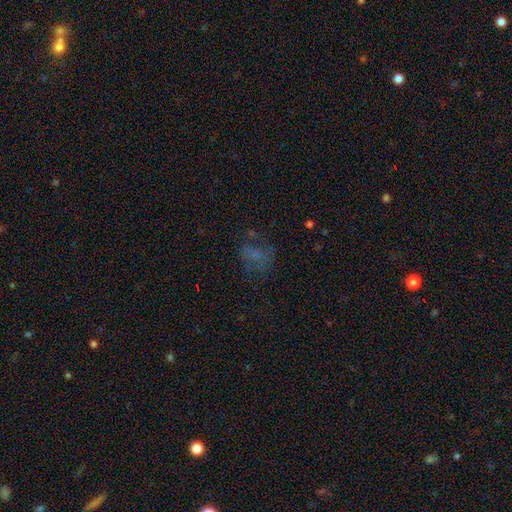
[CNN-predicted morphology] smooth-or-featured: smooth: 46% | featured or disk: 29% | star or artifact: 26%
  merging: none: 51% | major disturbance: 25% | minor disturbance: 20% | merger: 3%